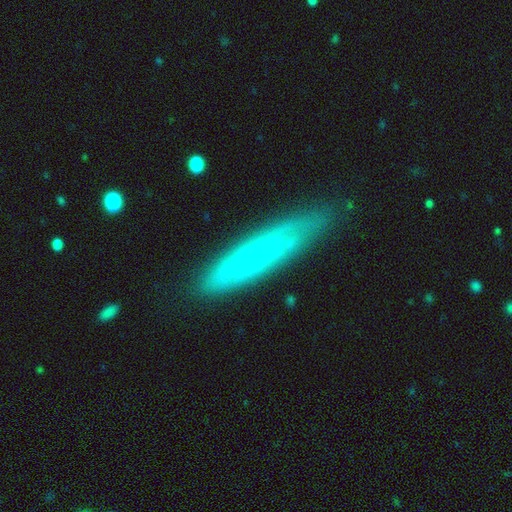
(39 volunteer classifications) Q: Smooth or featured?
A: smooth (56%); runner-up: featured or disk (38%)
Q: How rounded?
A: cigar-shaped (77%); runner-up: in between (23%)
Q: Merging?
A: none (65%); runner-up: minor disturbance (30%)